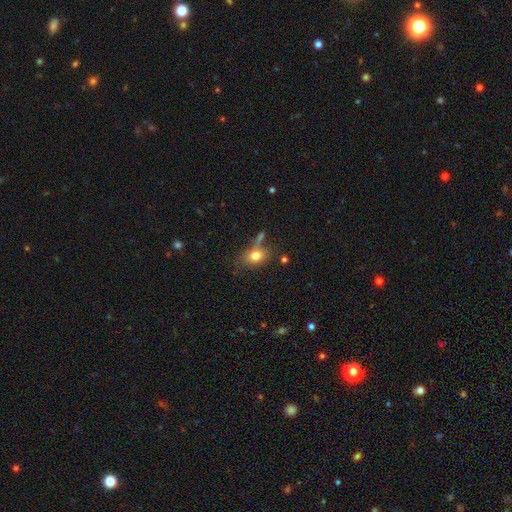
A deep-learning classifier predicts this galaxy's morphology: Overall: smooth (75%). How rounded: in between (64%; round 33%). Merging: none (56%; minor disturbance 20%).